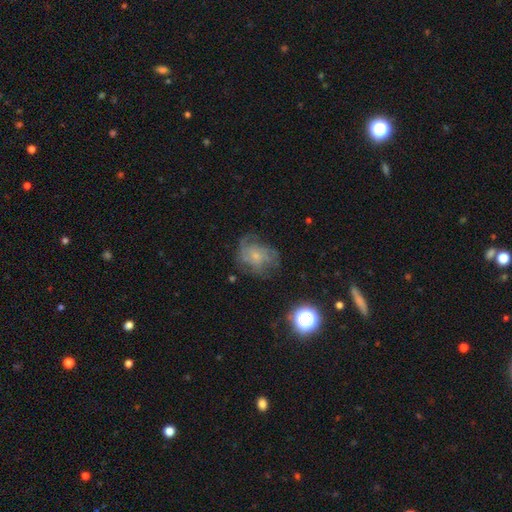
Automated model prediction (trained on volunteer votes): Smooth or featured: featured or disk — 69% (smooth — 19%)
Edge-on disk: no — 98% (yes — 2%)
Bar: no — 77% (weak — 20%)
Spiral arms: yes — 89% (no — 11%)
Spiral winding: medium — 42% (tight — 39%)
Spiral arm count: can't tell — 35% (3 — 24%)
Bulge size: small — 71% (moderate — 21%)
Merging: none — 59% (minor disturbance — 22%)